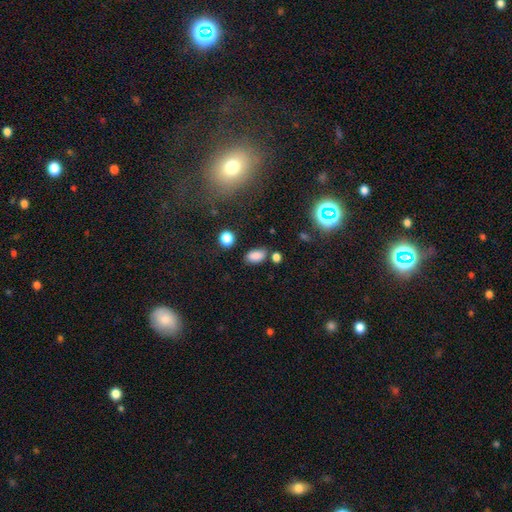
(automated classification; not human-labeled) A smooth galaxy with no disk features (82%) that is in between round and cigar-shaped (91%).

Vote fractions:
- Smooth or featured? smooth: 82% / star or artifact: 12% / featured or disk: 6%
- How rounded? in between: 91% / round: 6% / cigar-shaped: 3%
- Merging? none: 73% / minor disturbance: 15% / merger: 8% / major disturbance: 4%